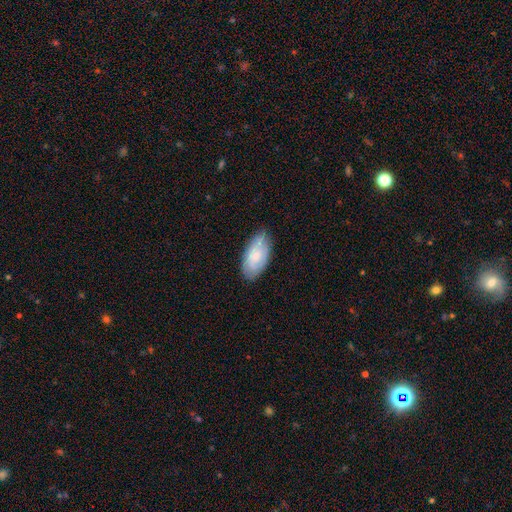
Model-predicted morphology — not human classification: A smooth galaxy with no disk features (64%) that is in between round and cigar-shaped (93%).

Vote fractions:
- Smooth or featured? smooth: 64% / featured or disk: 30% / star or artifact: 6%
- How rounded? in between: 93% / cigar-shaped: 4% / round: 3%
- Merging? none: 75% / minor disturbance: 20% / major disturbance: 3% / merger: 1%